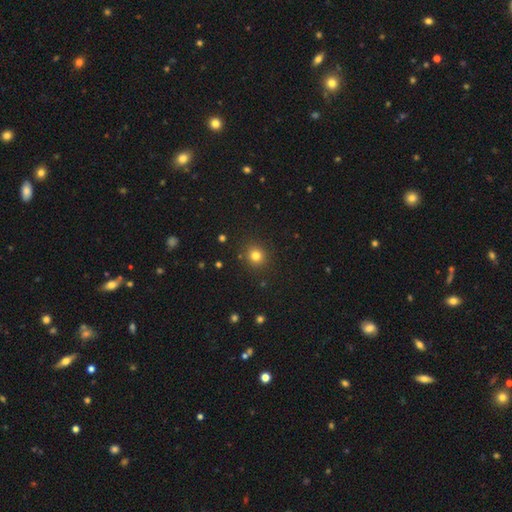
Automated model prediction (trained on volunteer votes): smooth-or-featured: smooth: 79% | star or artifact: 15% | featured or disk: 6%
  how-rounded: round: 87% | in between: 12% | cigar-shaped: 1%
  merging: none: 89% | minor disturbance: 7% | major disturbance: 2% | merger: 2%